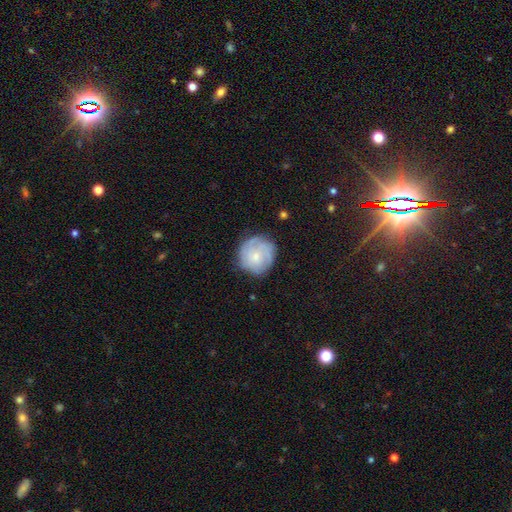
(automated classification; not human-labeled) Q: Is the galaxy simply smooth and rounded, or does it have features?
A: featured or disk — 50%.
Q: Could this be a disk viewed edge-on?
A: no — 98%.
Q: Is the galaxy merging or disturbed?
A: none — 74%.